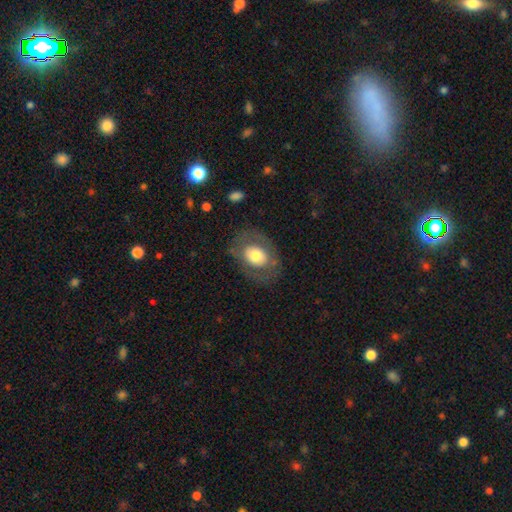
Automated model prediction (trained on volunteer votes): smooth 58%, featured or disk 35%, star or artifact 7%. Down the decision tree: how rounded — in between (66%); merging — none (75%).